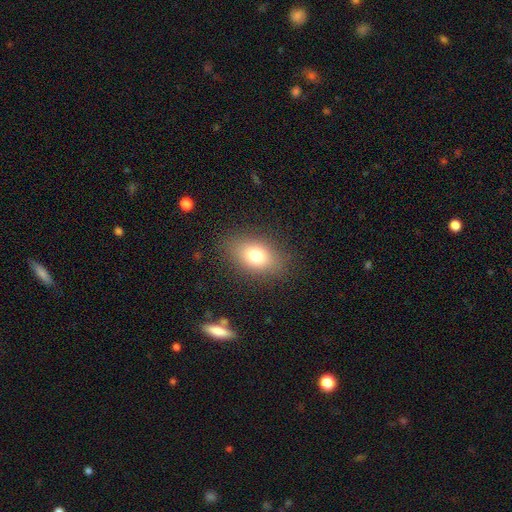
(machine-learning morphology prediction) smooth_or_featured: smooth (p=0.74) [alt: featured or disk p=0.14]
how_rounded: in between (p=0.79) [alt: round p=0.19]
merging: none (p=0.84) [alt: minor disturbance p=0.10]